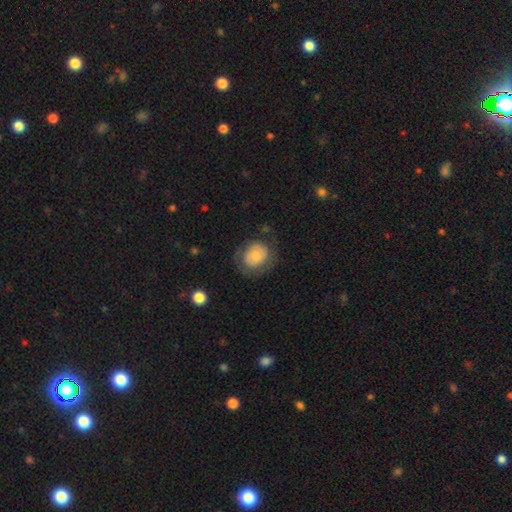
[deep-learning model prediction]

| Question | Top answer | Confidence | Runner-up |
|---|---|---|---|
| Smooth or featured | smooth | 64% | featured or disk (28%) |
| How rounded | round | 66% | in between (33%) |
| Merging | none | 63% | minor disturbance (21%) |